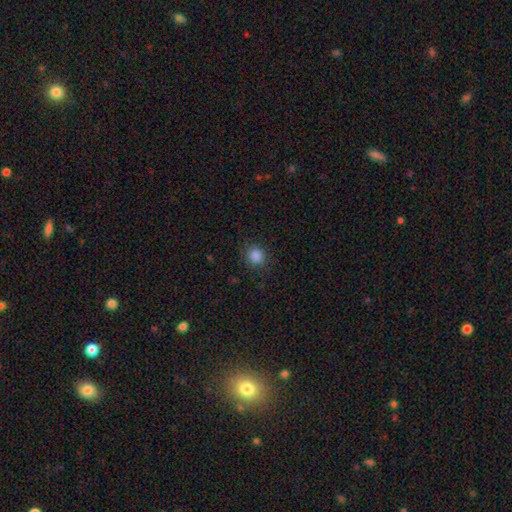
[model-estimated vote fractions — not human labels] Q: Smooth or featured?
A: smooth (86%); runner-up: star or artifact (11%)
Q: How rounded?
A: round (85%); runner-up: in between (15%)
Q: Merging?
A: none (87%); runner-up: minor disturbance (9%)